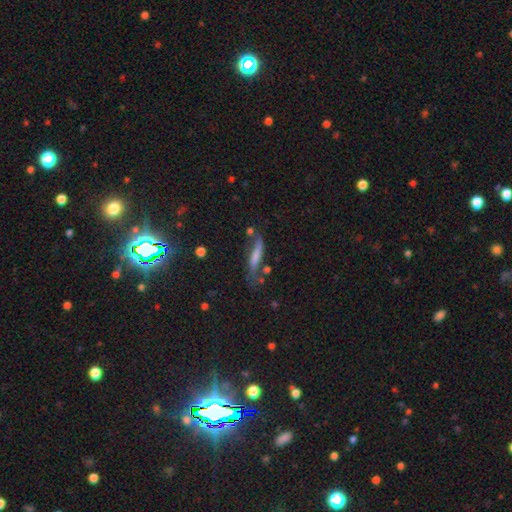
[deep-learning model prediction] smooth-or-featured: featured or disk: 43% | smooth: 41% | star or artifact: 16%
  merging: none: 55% | minor disturbance: 24% | major disturbance: 12% | merger: 9%